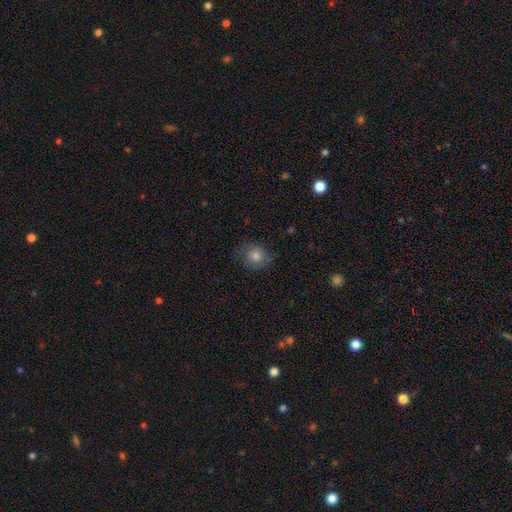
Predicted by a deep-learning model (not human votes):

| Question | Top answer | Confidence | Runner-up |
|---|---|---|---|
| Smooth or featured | smooth | 59% | featured or disk (28%) |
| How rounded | round | 81% | in between (18%) |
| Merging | none | 71% | minor disturbance (19%) |